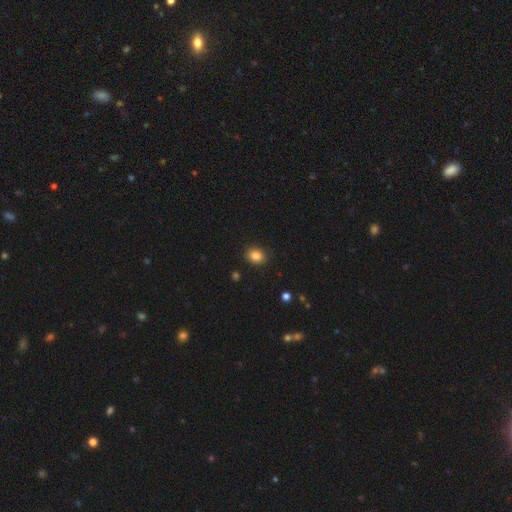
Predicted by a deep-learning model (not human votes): The model was most divided on "how rounded": round: 56%, in between: 43%, cigar-shaped: 1%. More confident: merging — none (88%); smooth or featured — smooth (85%).